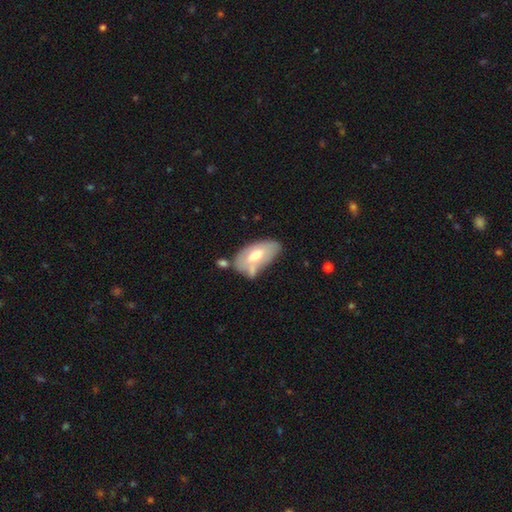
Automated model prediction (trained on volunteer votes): Smooth or featured?
  - smooth: 56% *
  - featured or disk: 38%
  - star or artifact: 6%
How rounded?
  - in between: 93% *
  - cigar-shaped: 4%
  - round: 3%
Merging?
  - none: 41% *
  - minor disturbance: 26%
  - merger: 22%
  - major disturbance: 11%